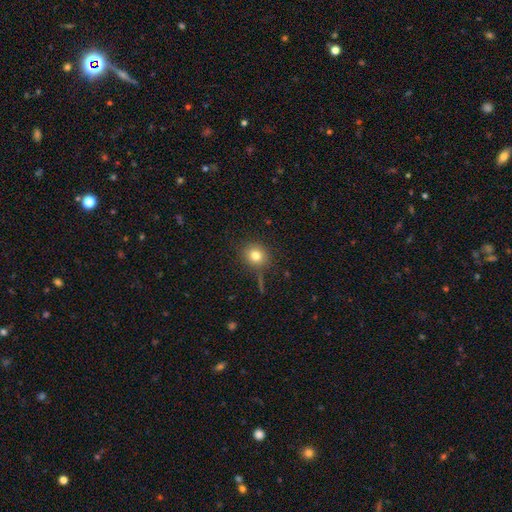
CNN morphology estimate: smooth 79%, star or artifact 12%, featured or disk 9%. Down the decision tree: how rounded — round (82%); merging — none (81%).